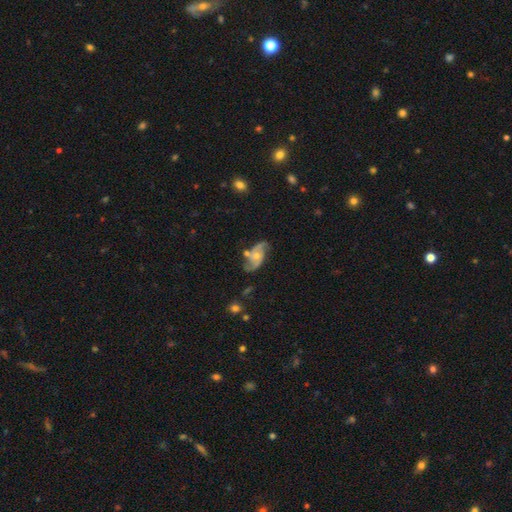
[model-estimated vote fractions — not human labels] Morphology: type=featured or disk (78%); edge-on=no (95%); bar=no (67%); spiral arms=yes (92%); winding=loose (47%); arm count=2 (85%); bulge=small (48%); merging=none (60%).